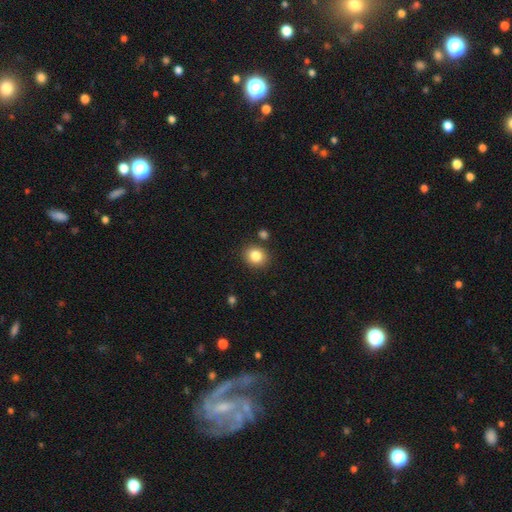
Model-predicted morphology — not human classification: Overall: smooth (84%). How rounded: round (75%). Merging: none (84%).